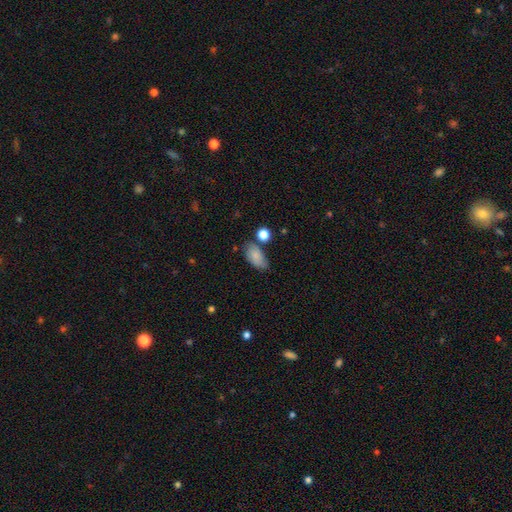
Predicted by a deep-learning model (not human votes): Morphology: type=smooth (83%); roundness=in between (91%); merging=none (61%).